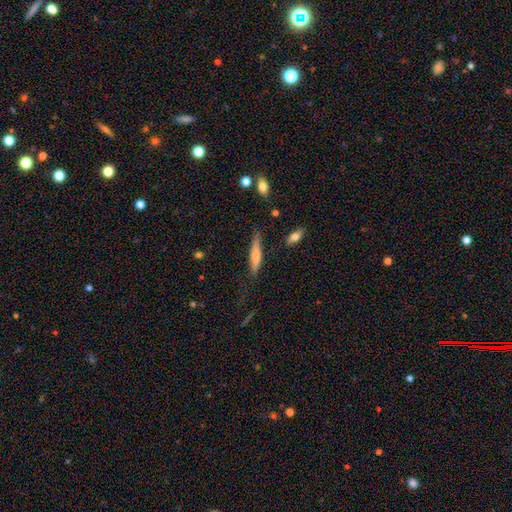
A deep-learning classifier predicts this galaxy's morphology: Smooth or featured? smooth (68%)
How rounded? cigar-shaped (85%)
Merging? none (72%)